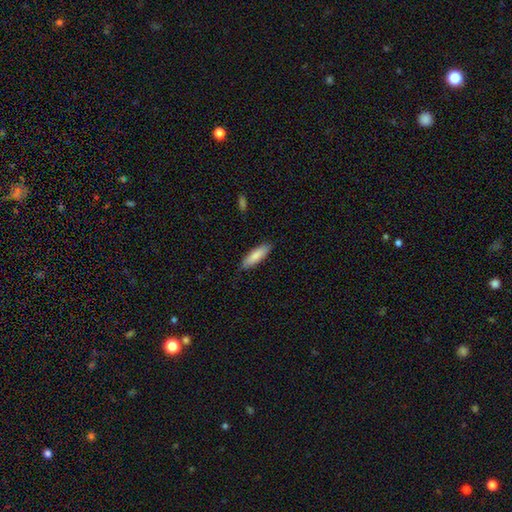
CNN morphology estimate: type=smooth (84%); roundness=cigar-shaped (55%); merging=none (85%).